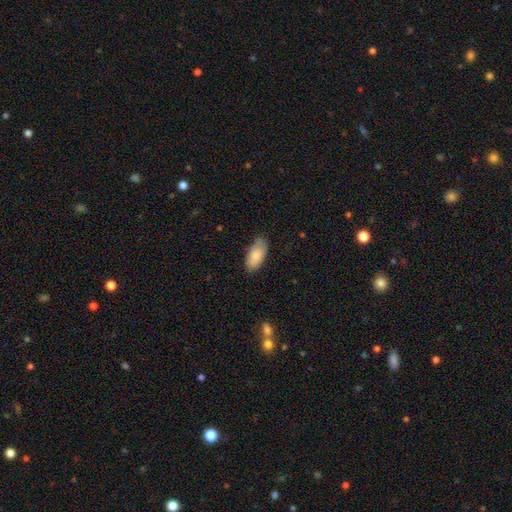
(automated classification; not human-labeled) The model was most divided on "merging": none: 75%, minor disturbance: 20%, major disturbance: 4%, merger: 1%. More confident: how rounded — in between (93%); smooth or featured — smooth (83%).